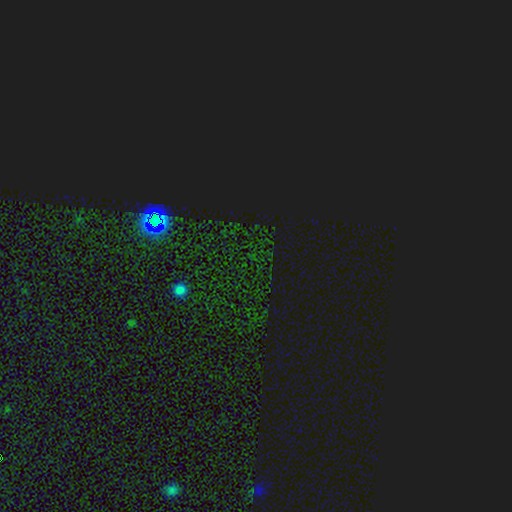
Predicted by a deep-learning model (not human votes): A star or artifact, not a galaxy (80%).

Vote fractions:
- Smooth or featured? star or artifact: 80% / smooth: 13% / featured or disk: 6%